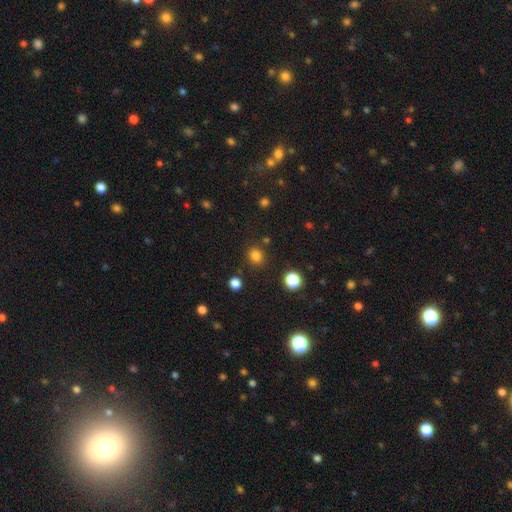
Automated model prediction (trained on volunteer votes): smooth_or_featured: smooth (p=0.82) [alt: star or artifact p=0.14]
how_rounded: round (p=0.74) [alt: in between p=0.25]
merging: none (p=0.86) [alt: minor disturbance p=0.08]